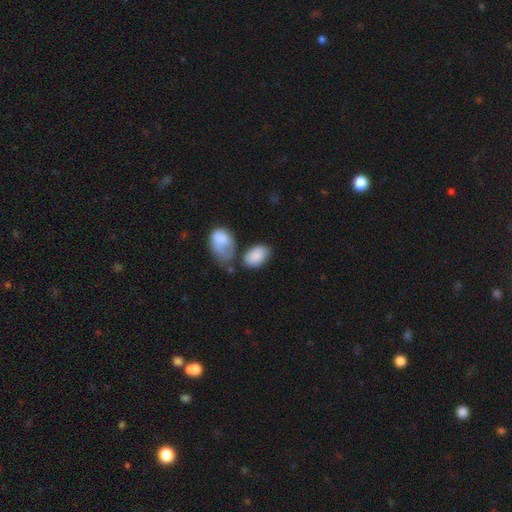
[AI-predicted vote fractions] Overall: smooth (84%). How rounded: in between (90%). Merging: none (45%; minor disturbance 23%).